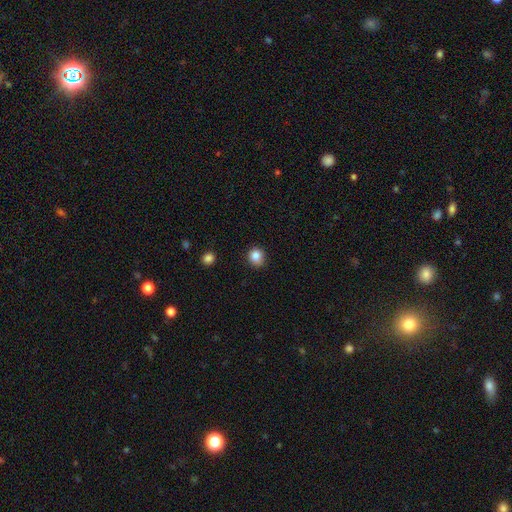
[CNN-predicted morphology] smooth_or_featured: smooth (p=0.85) [alt: star or artifact p=0.11]
how_rounded: round (p=0.83) [alt: in between p=0.16]
merging: none (p=0.82) [alt: minor disturbance p=0.14]